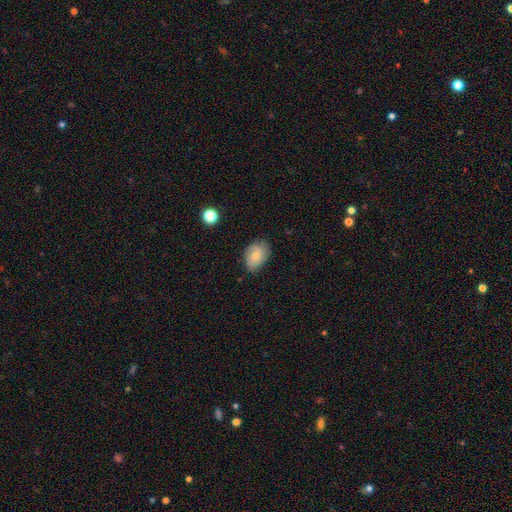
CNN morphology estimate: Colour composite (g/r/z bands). It shows a smooth galaxy with no disk features (77%) that is in between round and cigar-shaped (80%). Merging: none (71%).